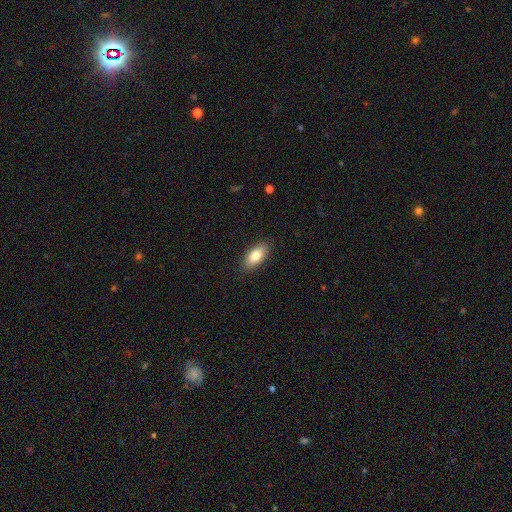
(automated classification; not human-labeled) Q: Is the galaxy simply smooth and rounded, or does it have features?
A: smooth — 81%.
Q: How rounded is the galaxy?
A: in between — 87%.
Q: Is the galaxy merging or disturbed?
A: none — 88%.